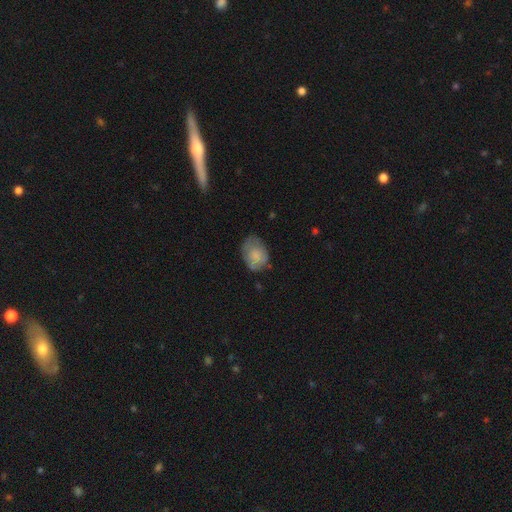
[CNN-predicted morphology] type=smooth (72%); roundness=in between (69%); merging=none (56%).